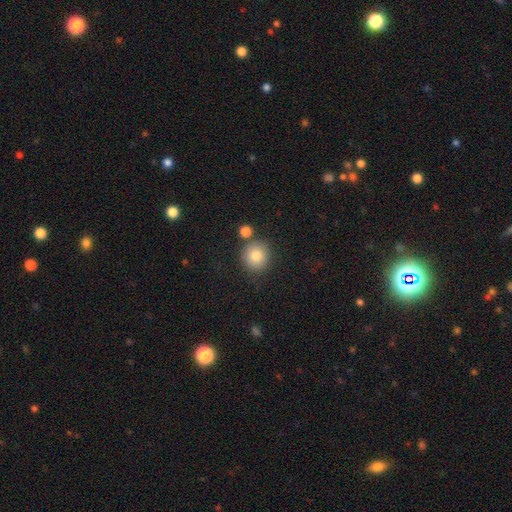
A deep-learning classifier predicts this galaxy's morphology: Smooth or featured? smooth (83%)
How rounded? round (91%)
Merging? none (77%)